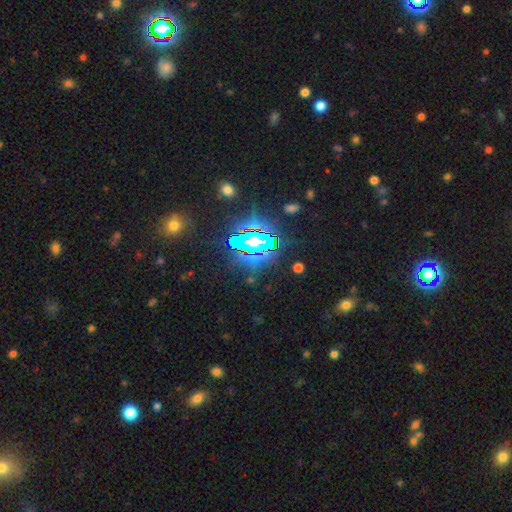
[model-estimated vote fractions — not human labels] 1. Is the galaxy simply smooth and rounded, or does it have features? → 81% star or artifact, 11% smooth, 8% featured or disk.